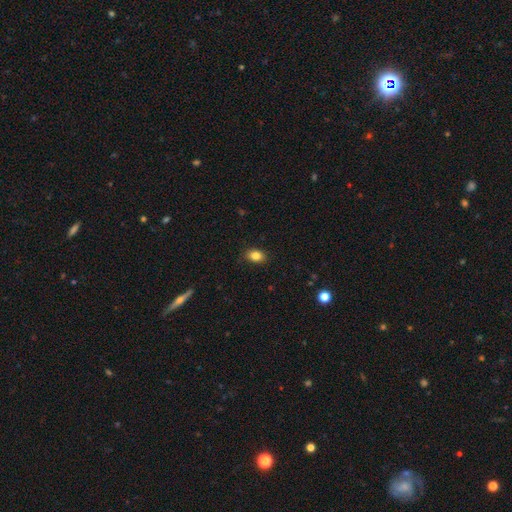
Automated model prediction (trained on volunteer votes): Smooth or featured? smooth (84%)
How rounded? in between (78%)
Merging? none (86%)